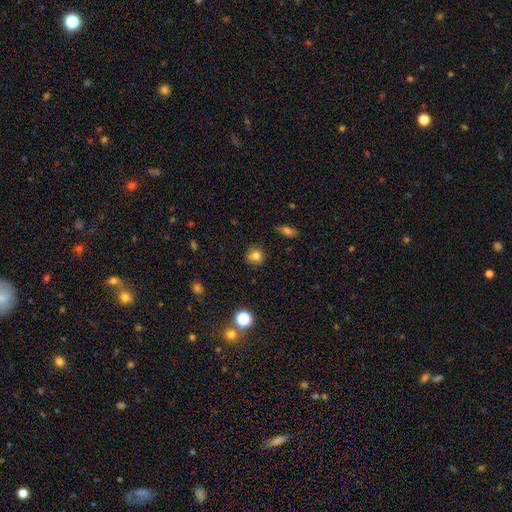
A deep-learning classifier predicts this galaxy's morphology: Smooth or featured: smooth — 79% (star or artifact — 13%)
How rounded: round — 87% (in between — 12%)
Merging: none — 81% (minor disturbance — 13%)